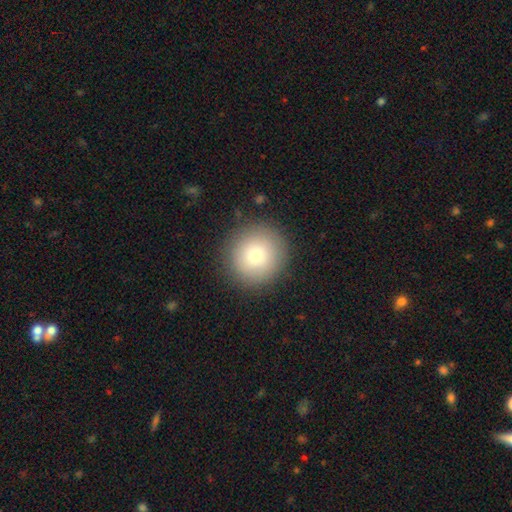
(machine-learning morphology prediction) Smooth or featured? smooth (75%)
How rounded? round (95%)
Merging? none (89%)